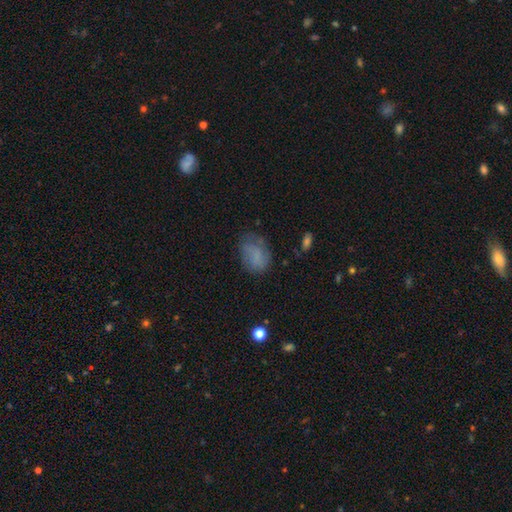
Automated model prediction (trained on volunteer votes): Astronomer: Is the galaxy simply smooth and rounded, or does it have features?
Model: smooth — 65%.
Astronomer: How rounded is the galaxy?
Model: in between — 76%.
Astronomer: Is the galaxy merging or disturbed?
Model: none — 56%.